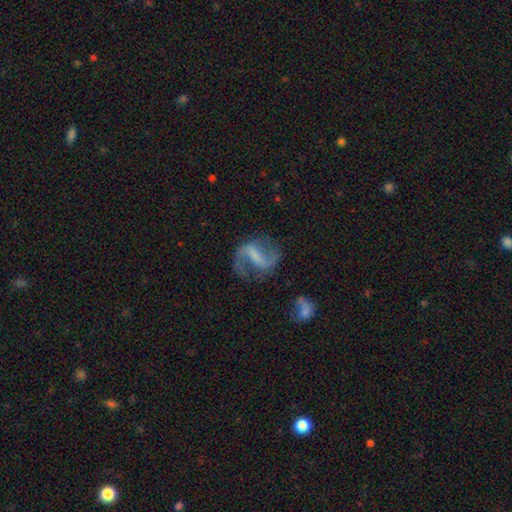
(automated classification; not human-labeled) The model was most divided on "spiral winding": loose: 50%, medium: 41%, tight: 9%. More confident: edge-on disk — no (97%); spiral arms — yes (94%); spiral arm count — 2 (91%); smooth or featured — featured or disk (85%); merging — none (71%); bulge size — none (53%); bar — strong (52%).